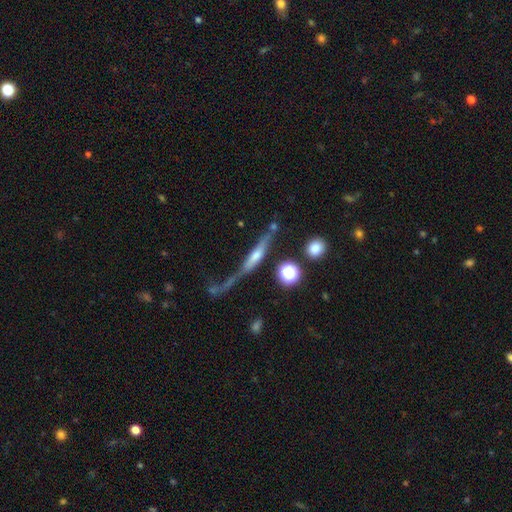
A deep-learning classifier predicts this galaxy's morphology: This is possibly a featured or disk galaxy (59%). It is clearly viewed edge-on (80%). Merging: marginally none (40%).